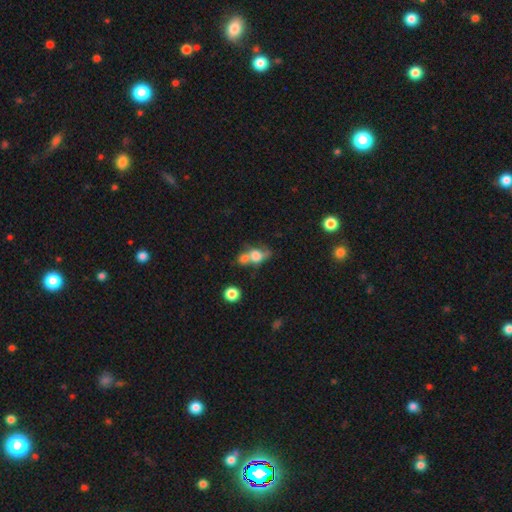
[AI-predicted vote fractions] Smooth or featured: smooth — 61% (featured or disk — 27%)
How rounded: in between — 53% (round — 41%)
Merging: merger — 54% (none — 24%)